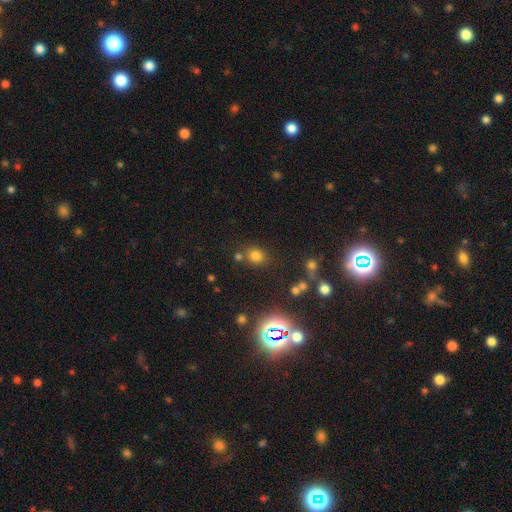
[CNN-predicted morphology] The model was most divided on "how rounded": round: 72%, in between: 26%, cigar-shaped: 1%. More confident: merging — none (71%); smooth or featured — smooth (71%).